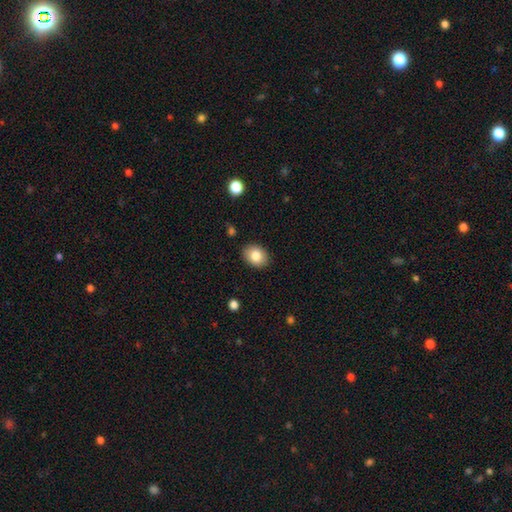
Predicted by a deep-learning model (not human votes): Overall: smooth (83%). How rounded: in between (60%; round 39%). Merging: none (89%).